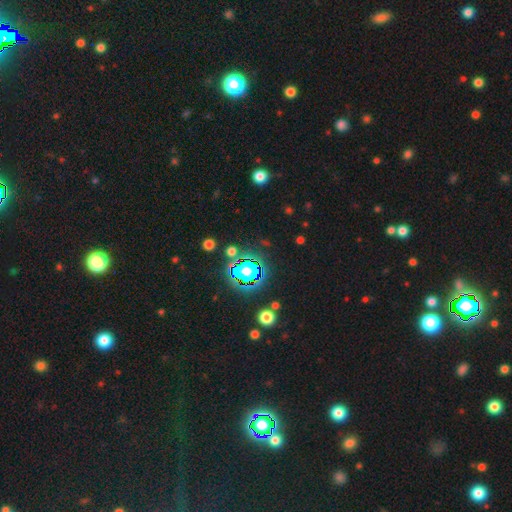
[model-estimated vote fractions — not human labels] Overall: star or artifact (82%).